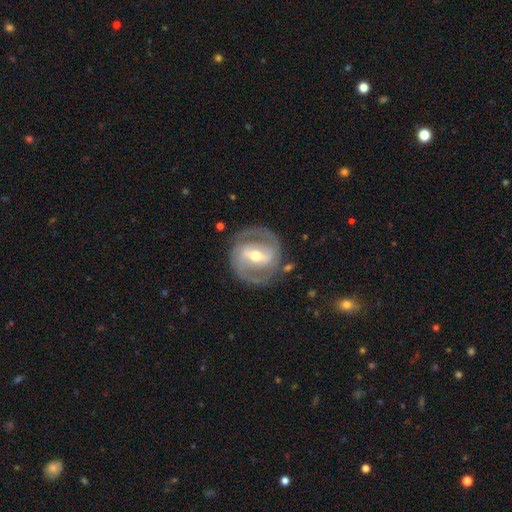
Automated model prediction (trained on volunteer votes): Morphology: type=featured or disk (89%); edge-on=no (97%); bar=strong (58%); spiral arms=yes (95%); winding=tight (47%); arm count=2 (90%); bulge=moderate (63%); merging=none (83%).